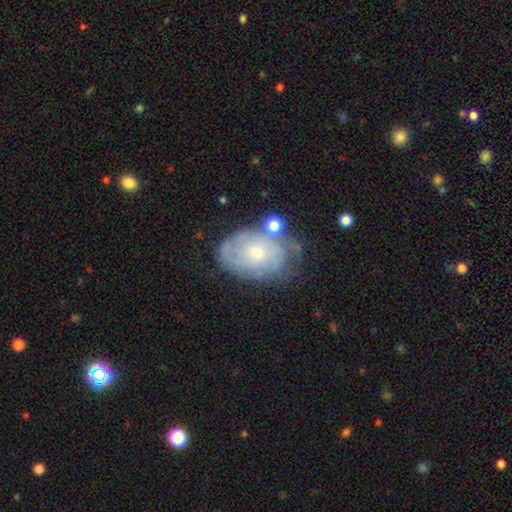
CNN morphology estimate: type=featured or disk (63%); edge-on=no (96%); bar=no (82%); spiral arms=yes (75%); bulge=small (56%); merging=none (59%).